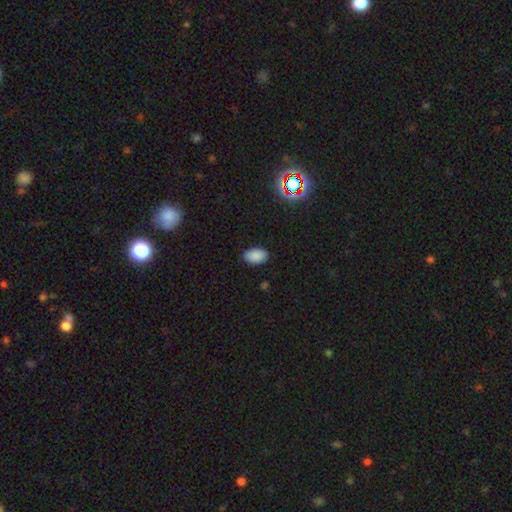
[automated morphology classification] Q: Smooth or featured?
A: smooth (87%); runner-up: star or artifact (9%)
Q: How rounded?
A: in between (93%); runner-up: round (6%)
Q: Merging?
A: none (86%); runner-up: minor disturbance (10%)